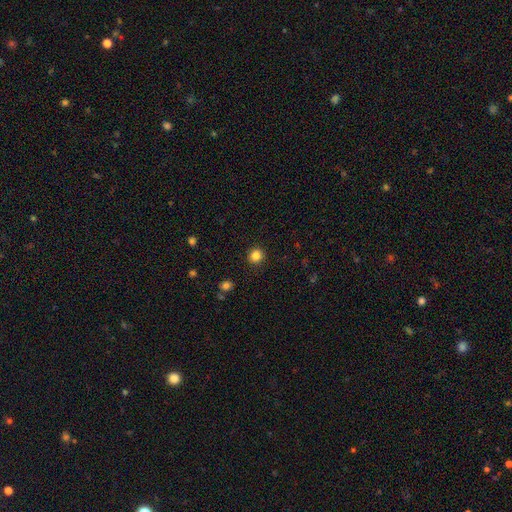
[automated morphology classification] A smooth galaxy with no disk features (84%) that is round (87%).

Vote fractions:
- Smooth or featured? smooth: 84% / star or artifact: 12% / featured or disk: 4%
- How rounded? round: 87% / in between: 12% / cigar-shaped: 1%
- Merging? none: 91% / minor disturbance: 6% / major disturbance: 2% / merger: 1%